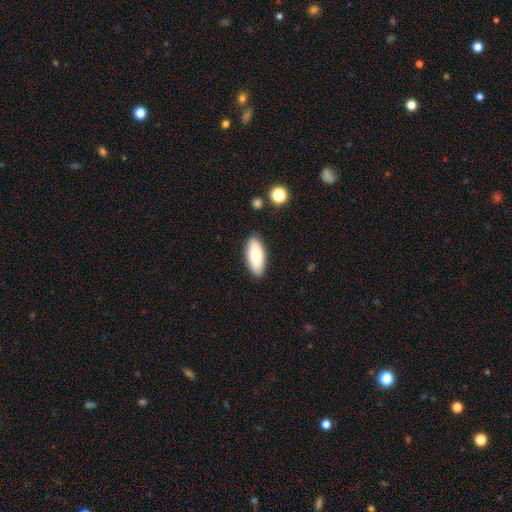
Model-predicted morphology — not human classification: Q: Smooth or featured?
A: smooth (79%); runner-up: featured or disk (14%)
Q: How rounded?
A: in between (81%); runner-up: cigar-shaped (17%)
Q: Merging?
A: none (88%); runner-up: minor disturbance (9%)